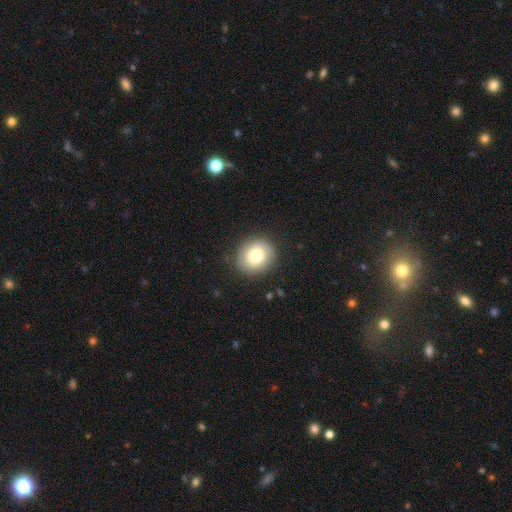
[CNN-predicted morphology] smooth 80%, featured or disk 12%, star or artifact 8%. Down the decision tree: how rounded — round (80%); merging — none (87%).